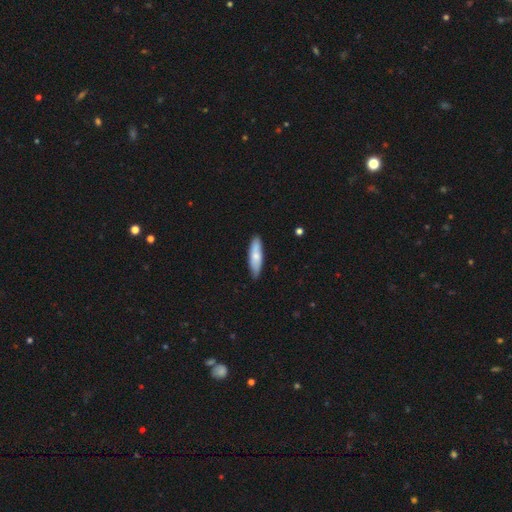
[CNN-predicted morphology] Smooth or featured: smooth — 73% (featured or disk — 21%)
How rounded: cigar-shaped — 65% (in between — 34%)
Merging: none — 85% (minor disturbance — 12%)